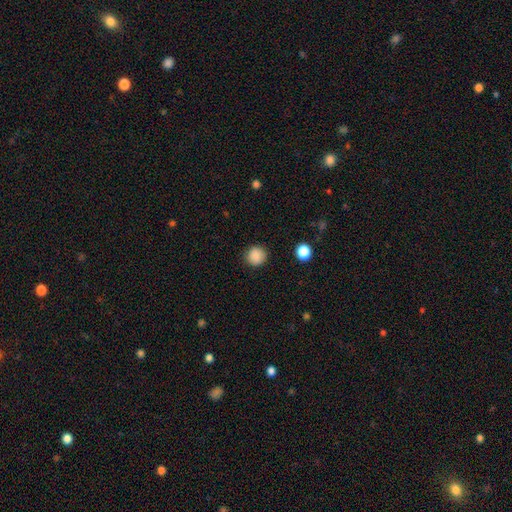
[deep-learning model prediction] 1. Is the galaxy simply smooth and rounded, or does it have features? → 87% smooth, 10% star or artifact, 3% featured or disk.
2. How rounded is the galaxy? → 93% round, 6% in between, 1% cigar-shaped.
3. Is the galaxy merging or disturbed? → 89% none, 8% minor disturbance, 2% major disturbance, 1% merger.